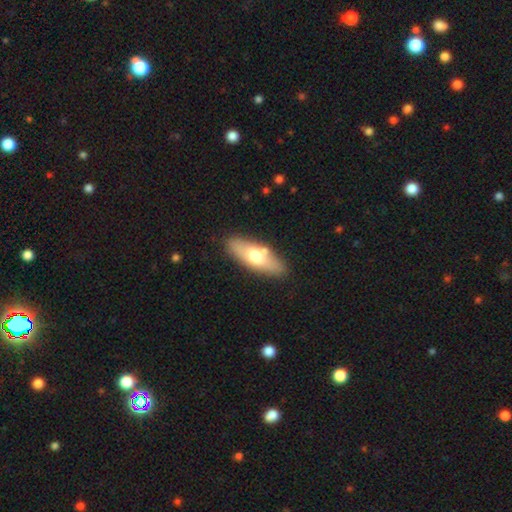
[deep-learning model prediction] A smooth galaxy with no disk features (60%) that is in between round and cigar-shaped (66%). Merging: none (80%).